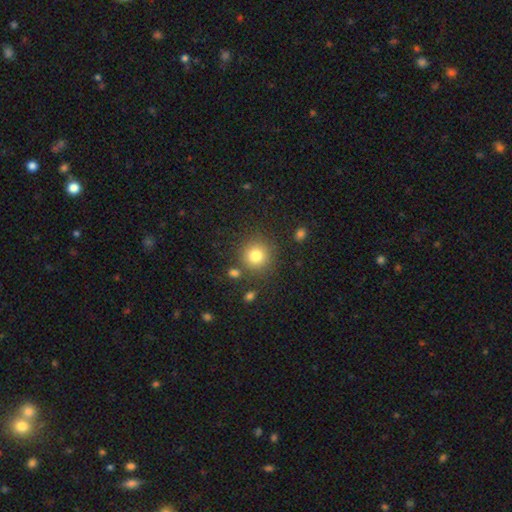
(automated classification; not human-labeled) Q: Smooth or featured?
A: smooth (81%); runner-up: star or artifact (12%)
Q: How rounded?
A: round (93%); runner-up: in between (6%)
Q: Merging?
A: none (83%); runner-up: minor disturbance (8%)